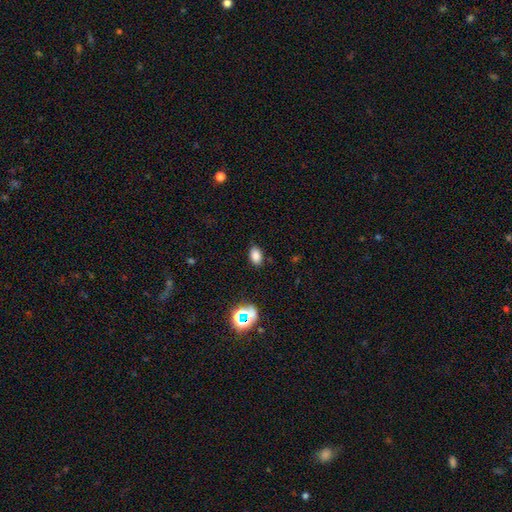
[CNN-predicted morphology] This is likely a smooth galaxy (80%). How rounded: clearly in between (87%). Merging: clearly none (85%).